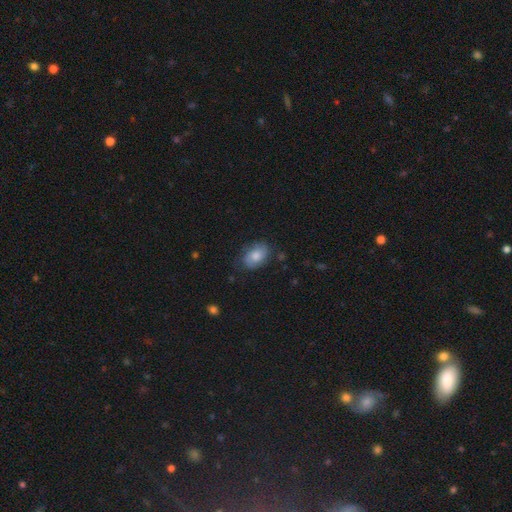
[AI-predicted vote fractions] The model was most divided on "smooth or featured": smooth: 63%, featured or disk: 29%, star or artifact: 8%. More confident: how rounded — in between (82%); merging — none (71%).